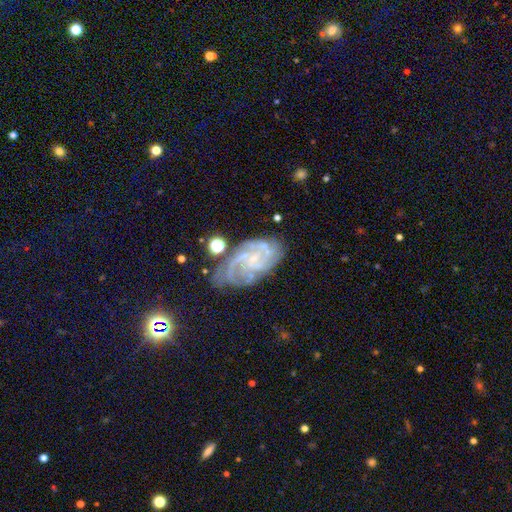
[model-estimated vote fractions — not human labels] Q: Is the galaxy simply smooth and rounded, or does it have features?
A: featured or disk — 70%.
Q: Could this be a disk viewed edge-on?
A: no — 96%.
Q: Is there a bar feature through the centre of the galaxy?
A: no — 60%.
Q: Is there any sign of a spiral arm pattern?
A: yes — 93%.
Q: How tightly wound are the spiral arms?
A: tight — 58%.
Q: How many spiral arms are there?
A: can't tell — 30%.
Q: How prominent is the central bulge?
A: small — 71%.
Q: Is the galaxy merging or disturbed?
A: none — 67%.